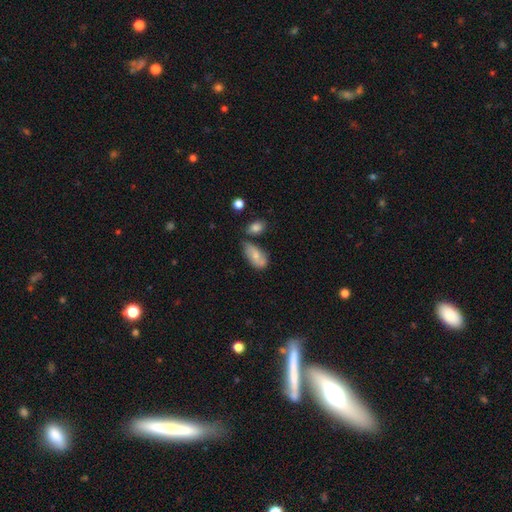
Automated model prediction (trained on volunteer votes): Morphology: type=smooth (62%); roundness=in between (91%); merging=none (48%).